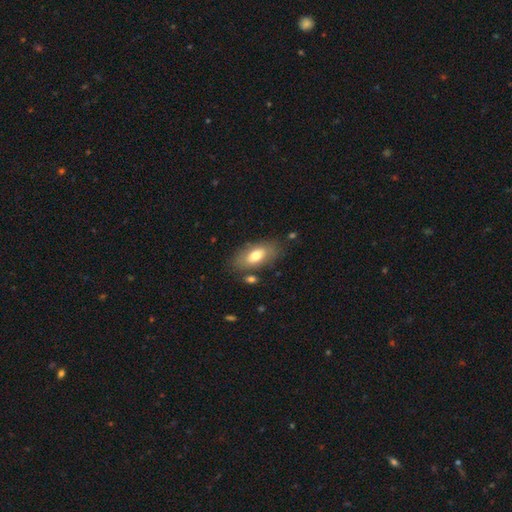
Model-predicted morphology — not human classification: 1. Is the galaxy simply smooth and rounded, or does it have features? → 70% smooth, 23% featured or disk, 7% star or artifact.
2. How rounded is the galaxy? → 90% in between, 5% cigar-shaped, 5% round.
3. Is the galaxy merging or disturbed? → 75% none, 15% minor disturbance, 6% merger, 5% major disturbance.